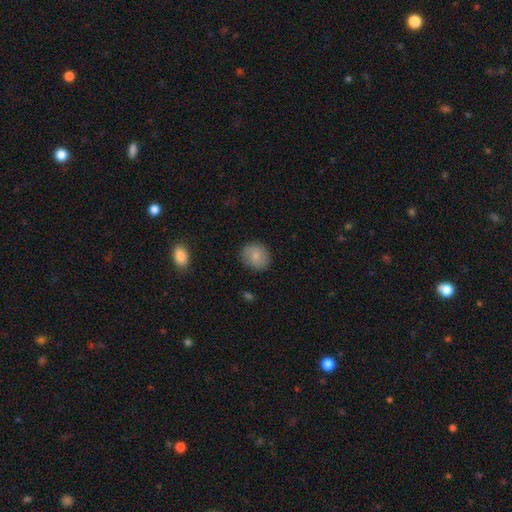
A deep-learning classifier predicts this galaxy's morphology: This appears to be a smooth galaxy with no disk features (74%) that is round (78%). Merging: none (86%).